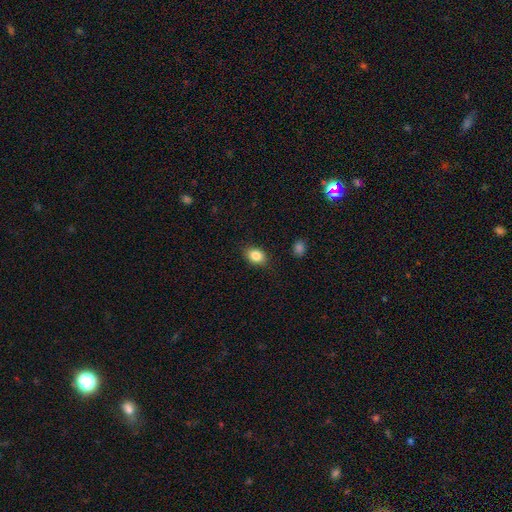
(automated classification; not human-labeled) A smooth galaxy with no disk features (84%) that is in between round and cigar-shaped (75%).

Vote fractions:
- Smooth or featured? smooth: 84% / star or artifact: 9% / featured or disk: 7%
- How rounded? in between: 75% / round: 24% / cigar-shaped: 1%
- Merging? none: 84% / minor disturbance: 12% / major disturbance: 3% / merger: 1%